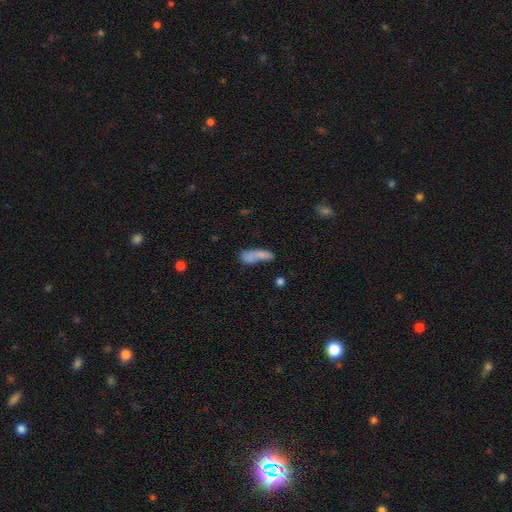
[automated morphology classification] A smooth galaxy with no disk features (71%) that is in between round and cigar-shaped (55%).

Vote fractions:
- Smooth or featured? smooth: 71% / featured or disk: 19% / star or artifact: 10%
- How rounded? in between: 55% / cigar-shaped: 40% / round: 5%
- Merging? none: 34% / merger: 31% / minor disturbance: 20% / major disturbance: 15%